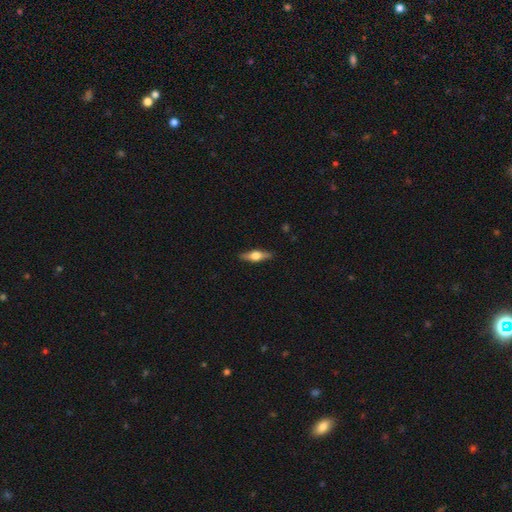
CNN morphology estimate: A featured or disk galaxy (62%) viewed edge-on (95%) with a rounded central bulge (92%).

Vote fractions:
- Smooth or featured? featured or disk: 62% / smooth: 32% / star or artifact: 6%
- Edge-on disk? yes: 95% / no: 5%
- Edge-on bulge? rounded: 92% / boxy: 6% / none: 2%
- Merging? none: 88% / minor disturbance: 9% / major disturbance: 2% / merger: 1%